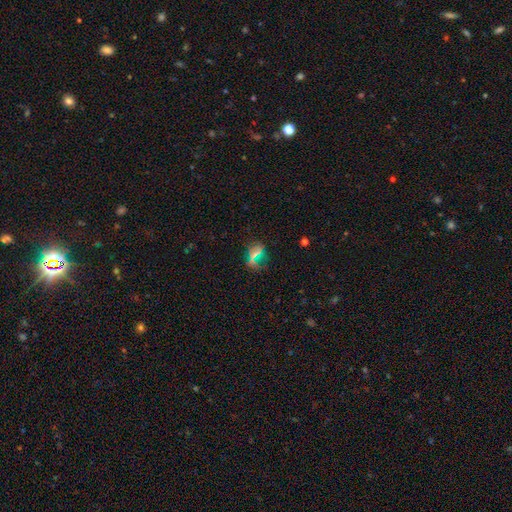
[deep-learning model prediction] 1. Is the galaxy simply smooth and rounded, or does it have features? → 47% smooth, 40% star or artifact, 13% featured or disk.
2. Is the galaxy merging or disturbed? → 71% none, 15% minor disturbance, 9% major disturbance, 5% merger.